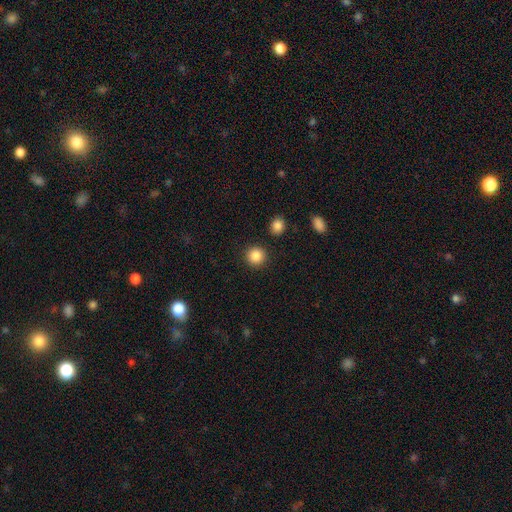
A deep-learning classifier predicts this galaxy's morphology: The model was most divided on "smooth or featured": smooth: 87%, star or artifact: 9%, featured or disk: 3%. More confident: how rounded — round (93%); merging — none (90%).